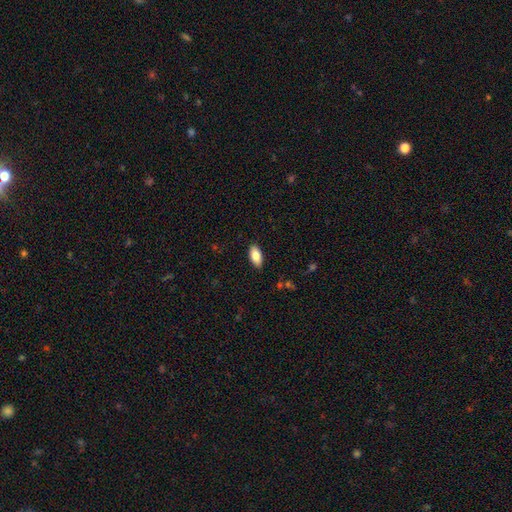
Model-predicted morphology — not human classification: A smooth galaxy with no disk features (82%) that is in between round and cigar-shaped (90%). Merging: none (88%).